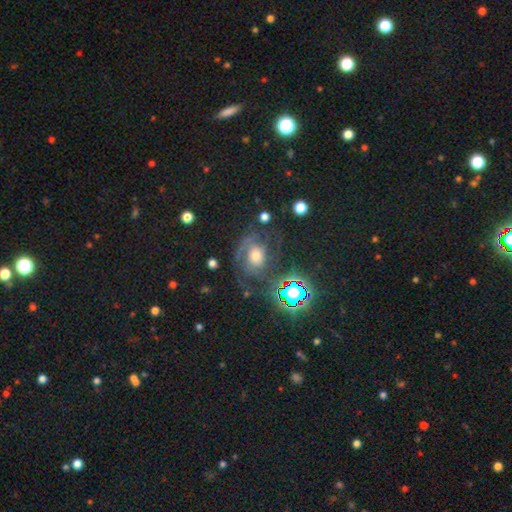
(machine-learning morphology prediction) Smooth or featured? Predicted: featured or disk (p=0.63). Edge-on disk? Predicted: no (p=0.97). Bar? Predicted: no (p=0.67). Spiral arms? Predicted: yes (p=0.85). Spiral winding? Predicted: medium (p=0.44). Spiral arm count? Predicted: can't tell (p=0.32). Bulge size? Predicted: moderate (p=0.56). Merging? Predicted: none (p=0.57).